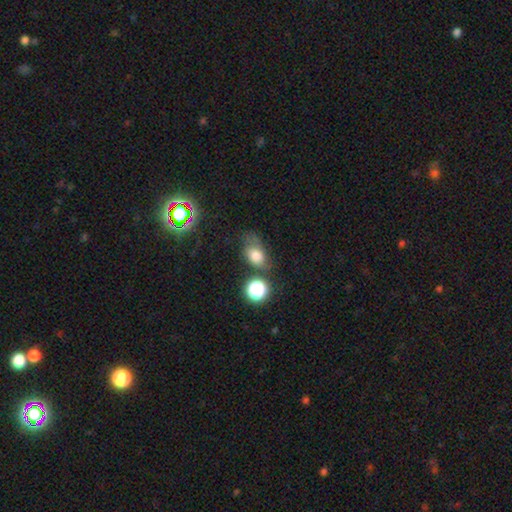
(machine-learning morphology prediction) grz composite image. It shows a smooth galaxy with no disk features (68%) that is in between round and cigar-shaped (72%). Merging: none (45%).